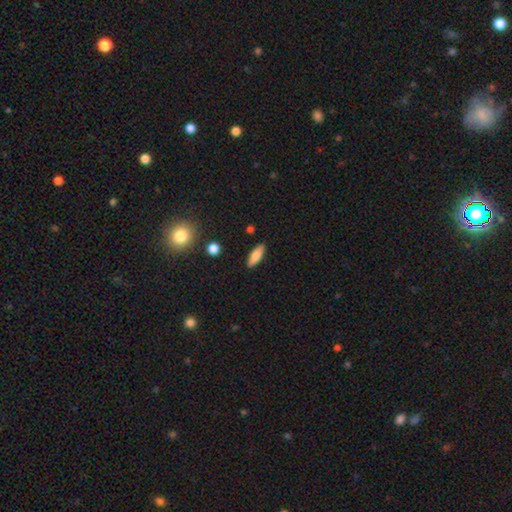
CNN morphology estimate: smooth-or-featured: smooth: 77% | featured or disk: 15% | star or artifact: 7%
  how-rounded: in between: 54% | cigar-shaped: 43% | round: 3%
  merging: none: 88% | minor disturbance: 8% | major disturbance: 2% | merger: 2%